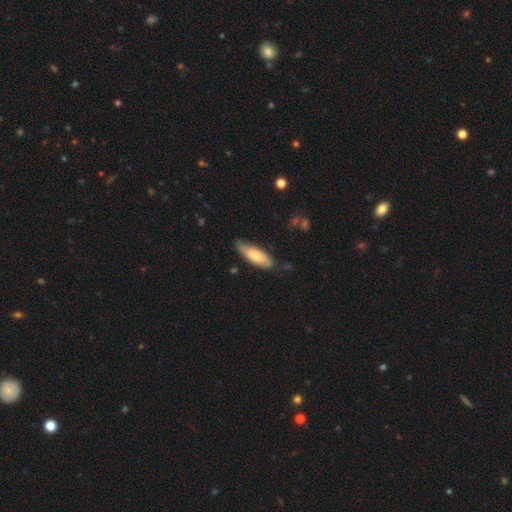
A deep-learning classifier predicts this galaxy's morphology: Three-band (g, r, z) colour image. It shows a smooth galaxy with no disk features (72%) that is in between round and cigar-shaped (61%). Merging: none (69%).